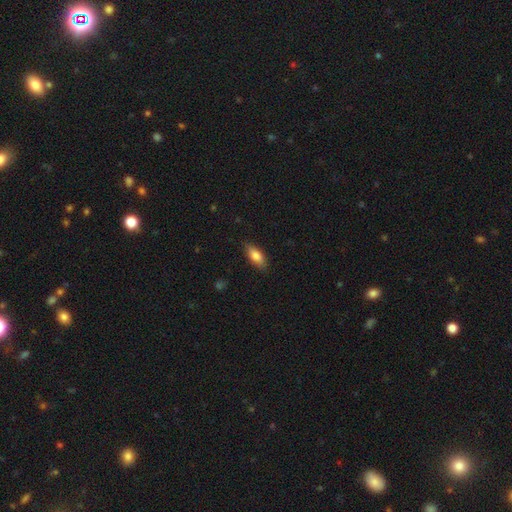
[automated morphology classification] Q: Smooth or featured?
A: smooth (83%); runner-up: featured or disk (11%)
Q: How rounded?
A: in between (82%); runner-up: cigar-shaped (16%)
Q: Merging?
A: none (85%); runner-up: minor disturbance (12%)